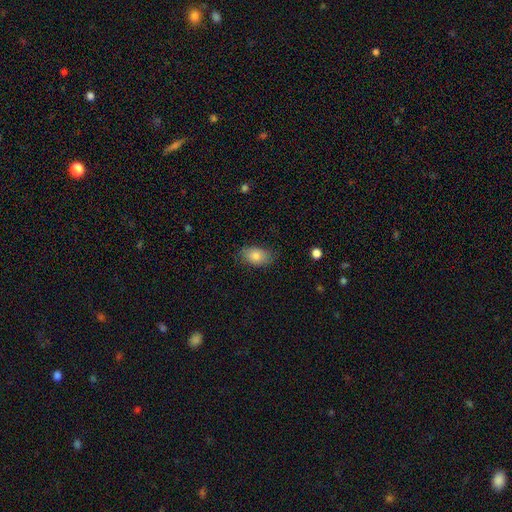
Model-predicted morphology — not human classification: A smooth galaxy with no disk features (80%) that is in between round and cigar-shaped (89%). Merging: none (78%).